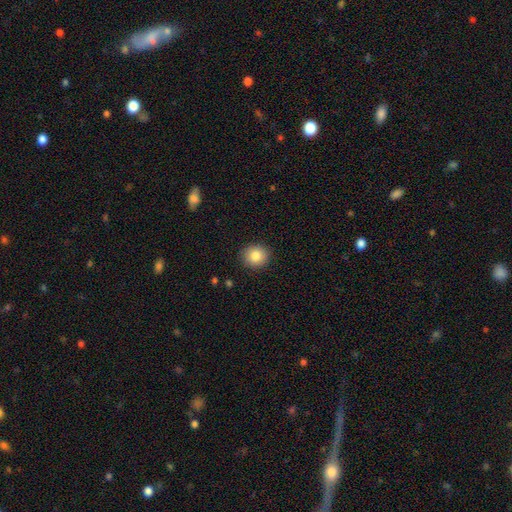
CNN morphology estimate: Q: Smooth or featured?
A: smooth (84%); runner-up: star or artifact (9%)
Q: How rounded?
A: round (82%); runner-up: in between (17%)
Q: Merging?
A: none (90%); runner-up: minor disturbance (7%)